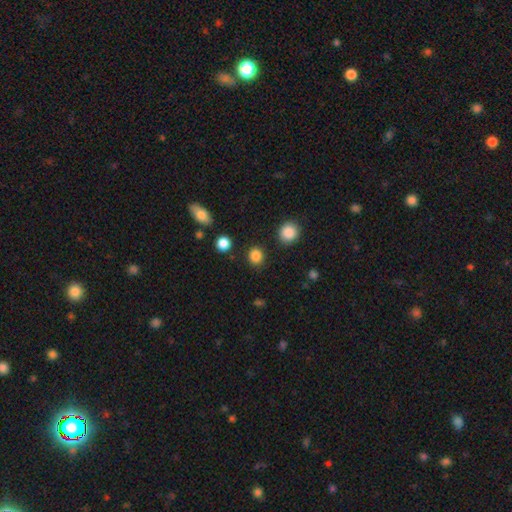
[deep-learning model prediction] Smooth or featured?
  - smooth: 86% *
  - star or artifact: 11%
  - featured or disk: 3%
How rounded?
  - round: 81% *
  - in between: 18%
  - cigar-shaped: 1%
Merging?
  - none: 88% *
  - minor disturbance: 7%
  - major disturbance: 3%
  - merger: 2%